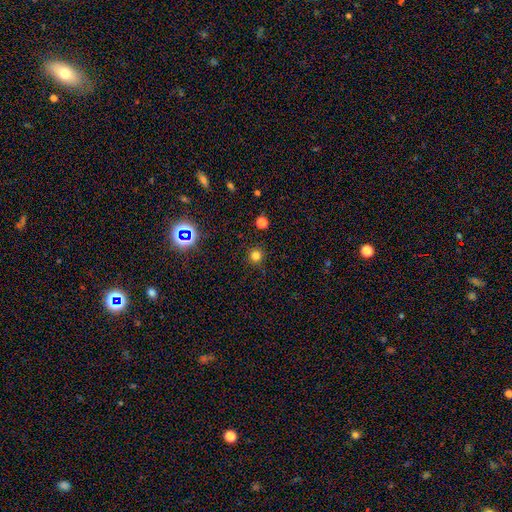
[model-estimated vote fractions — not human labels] Smooth or featured? Predicted: smooth (p=0.77). How rounded? Predicted: round (p=0.95). Merging? Predicted: none (p=0.91).